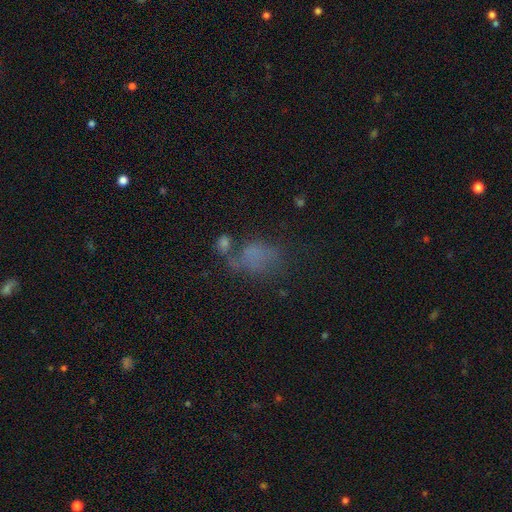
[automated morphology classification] Overall: smooth (55%; featured or disk 25%). How rounded: in between (75%). Merging: major disturbance (30%; none 28%).